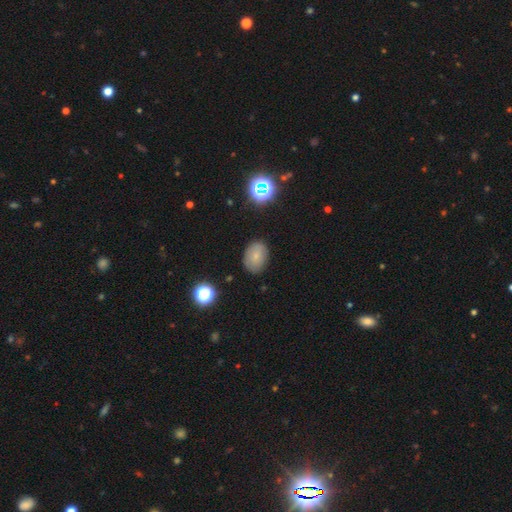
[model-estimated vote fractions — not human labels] Overall: smooth (74%). How rounded: in between (72%). Merging: none (81%).